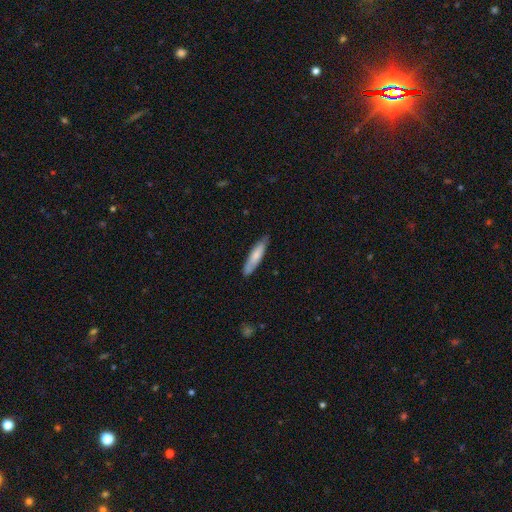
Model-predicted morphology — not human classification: A smooth galaxy with no disk features (71%) that is cigar-shaped (80%).

Vote fractions:
- Smooth or featured? smooth: 71% / featured or disk: 24% / star or artifact: 5%
- How rounded? cigar-shaped: 80% / in between: 19% / round: 1%
- Merging? none: 81% / minor disturbance: 15% / major disturbance: 2% / merger: 1%